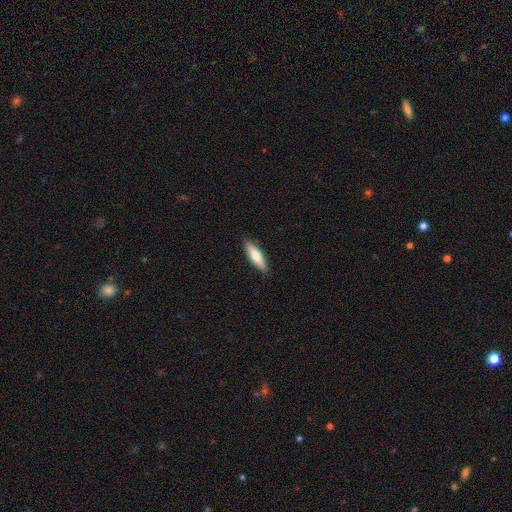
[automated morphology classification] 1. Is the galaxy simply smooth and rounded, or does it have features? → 66% smooth, 29% featured or disk, 5% star or artifact.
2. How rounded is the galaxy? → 66% cigar-shaped, 32% in between, 2% round.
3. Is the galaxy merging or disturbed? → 90% none, 8% minor disturbance, 2% major disturbance, 1% merger.